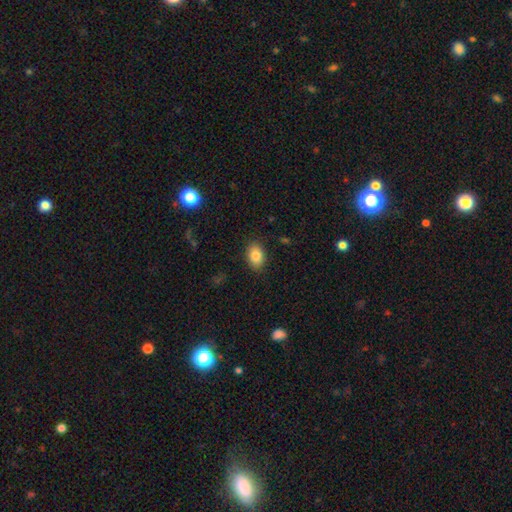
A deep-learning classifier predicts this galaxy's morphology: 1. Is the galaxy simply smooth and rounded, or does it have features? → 85% smooth, 8% star or artifact, 7% featured or disk.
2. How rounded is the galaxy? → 83% in between, 16% round, 1% cigar-shaped.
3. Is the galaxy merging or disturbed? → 87% none, 9% minor disturbance, 2% major disturbance, 1% merger.